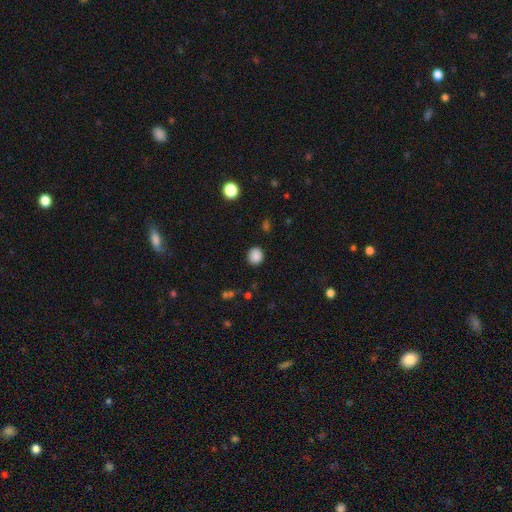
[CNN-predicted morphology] A smooth galaxy with no disk features (87%) that is round (79%). Merging: none (88%).